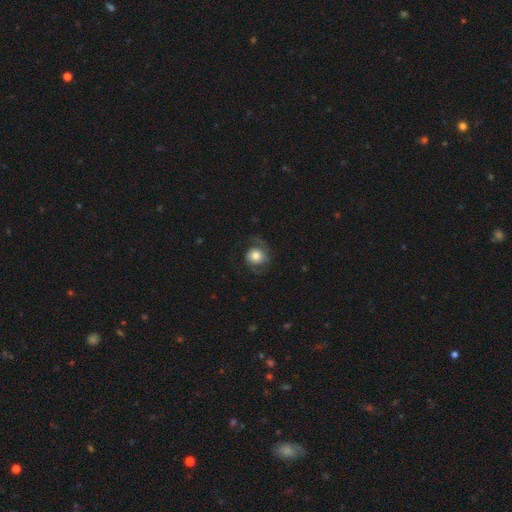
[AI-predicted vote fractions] Overall: smooth (53%; featured or disk 39%). How rounded: round (80%). Merging: none (62%).